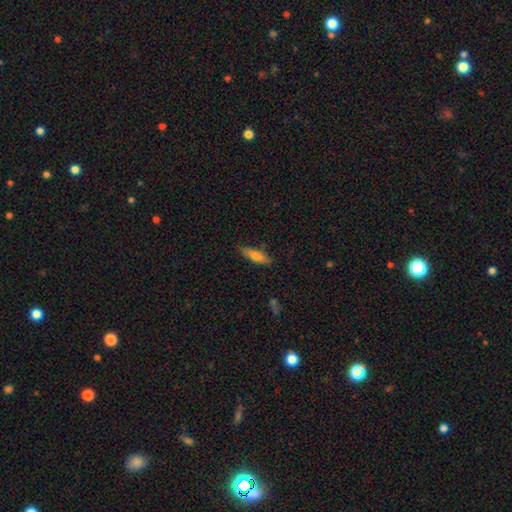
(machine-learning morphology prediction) Smooth or featured? smooth (72%)
How rounded? cigar-shaped (60%)
Merging? none (81%)